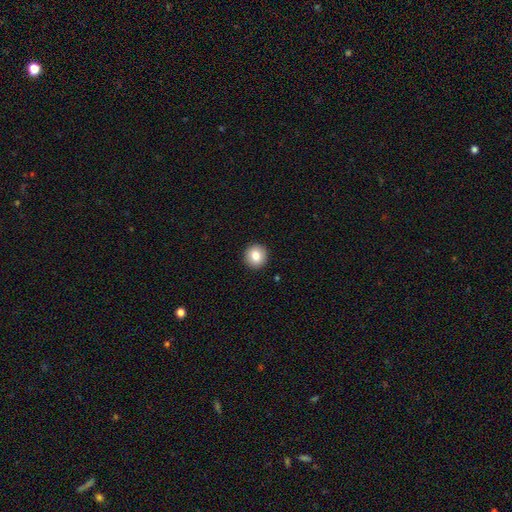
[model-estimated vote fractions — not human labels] smooth-or-featured: smooth: 82% | featured or disk: 9% | star or artifact: 9%
  how-rounded: round: 94% | in between: 5% | cigar-shaped: 1%
  merging: none: 93% | minor disturbance: 4% | major disturbance: 1% | merger: 1%